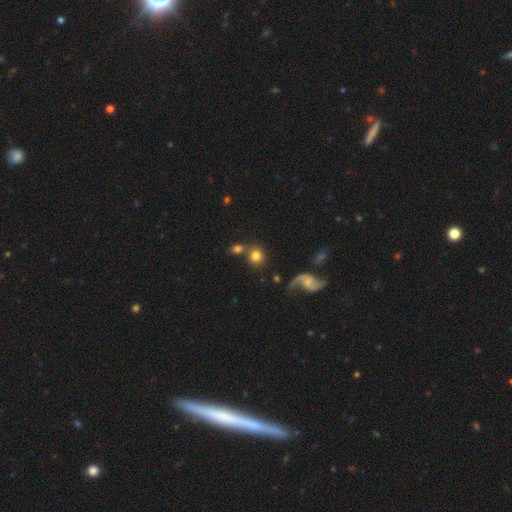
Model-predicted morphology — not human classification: Smooth or featured: smooth — 76% (featured or disk — 16%)
How rounded: round — 85% (in between — 14%)
Merging: none — 61% (merger — 23%)